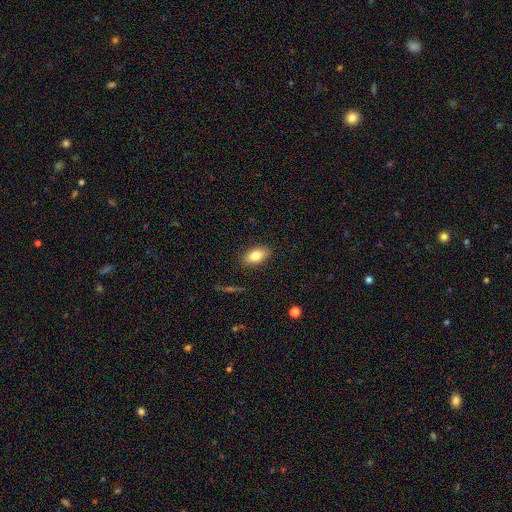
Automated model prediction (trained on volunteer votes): A smooth galaxy with no disk features (80%) that is in between round and cigar-shaped (90%).

Vote fractions:
- Smooth or featured? smooth: 80% / featured or disk: 13% / star or artifact: 8%
- How rounded? in between: 90% / round: 6% / cigar-shaped: 4%
- Merging? none: 87% / minor disturbance: 10% / major disturbance: 2% / merger: 1%